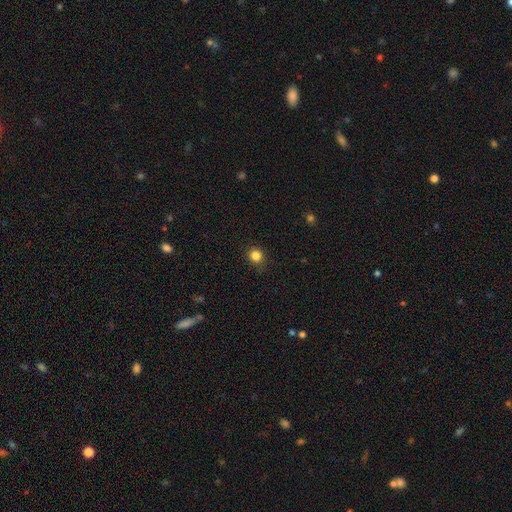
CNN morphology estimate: This appears to be a smooth galaxy with no disk features (84%) that is round (88%). Merging: none (85%).